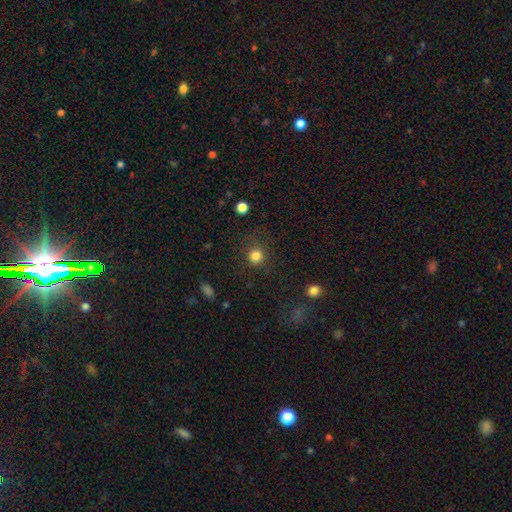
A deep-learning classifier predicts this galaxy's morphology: smooth-or-featured: smooth: 82% | star or artifact: 13% | featured or disk: 5%
  how-rounded: round: 92% | in between: 7% | cigar-shaped: 1%
  merging: none: 82% | minor disturbance: 10% | major disturbance: 6% | merger: 2%